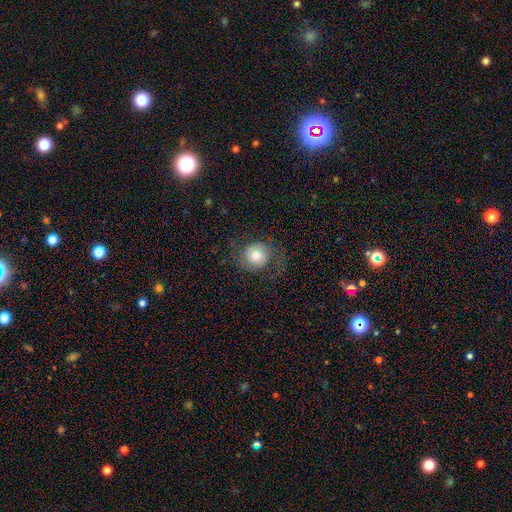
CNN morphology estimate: Smooth or featured? Predicted: smooth (p=0.56). How rounded? Predicted: round (p=0.88). Merging? Predicted: none (p=0.67).